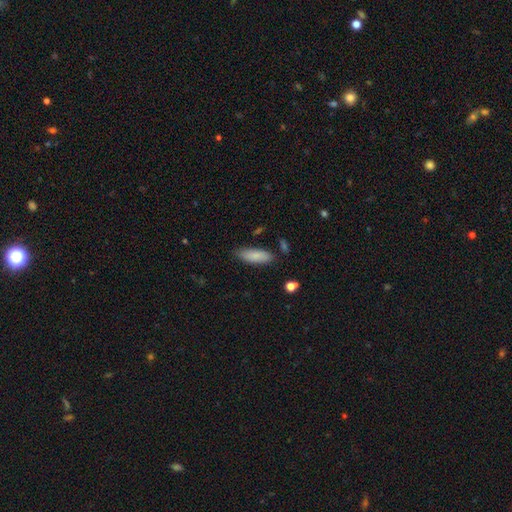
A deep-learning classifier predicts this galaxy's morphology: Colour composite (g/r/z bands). It shows a smooth galaxy with no disk features (86%) that is in between round and cigar-shaped (65%). Merging: none (83%).